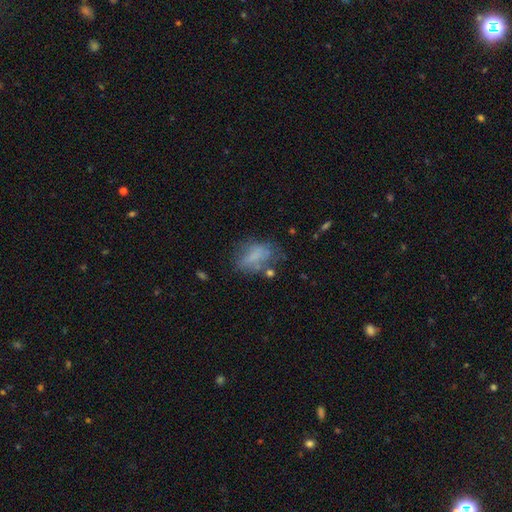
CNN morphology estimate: smooth_or_featured: smooth (p=0.64) [alt: featured or disk p=0.24]
how_rounded: in between (p=0.83) [alt: round p=0.14]
merging: none (p=0.46) [alt: minor disturbance p=0.27]